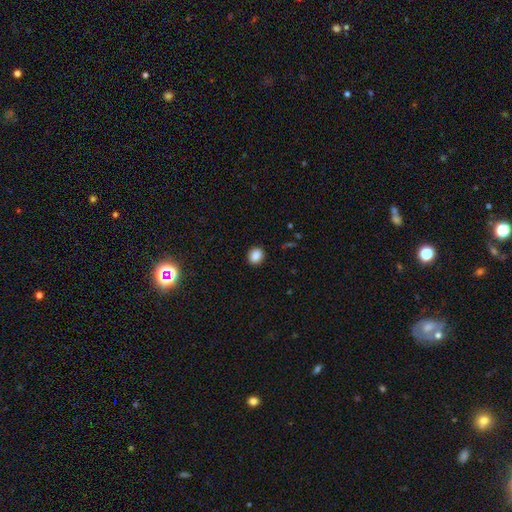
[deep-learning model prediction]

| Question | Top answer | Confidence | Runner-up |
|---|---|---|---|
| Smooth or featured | smooth | 86% | star or artifact (10%) |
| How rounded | round | 73% | in between (26%) |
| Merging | none | 91% | minor disturbance (6%) |